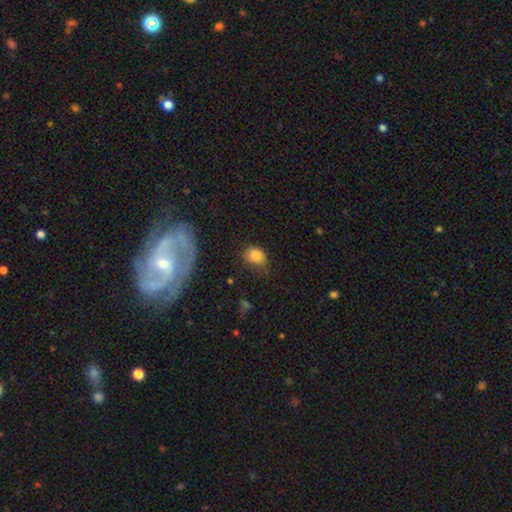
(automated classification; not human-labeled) smooth-or-featured: smooth: 84% | star or artifact: 10% | featured or disk: 7%
  how-rounded: in between: 63% | round: 36% | cigar-shaped: 1%
  merging: none: 57% | minor disturbance: 31% | major disturbance: 9% | merger: 3%